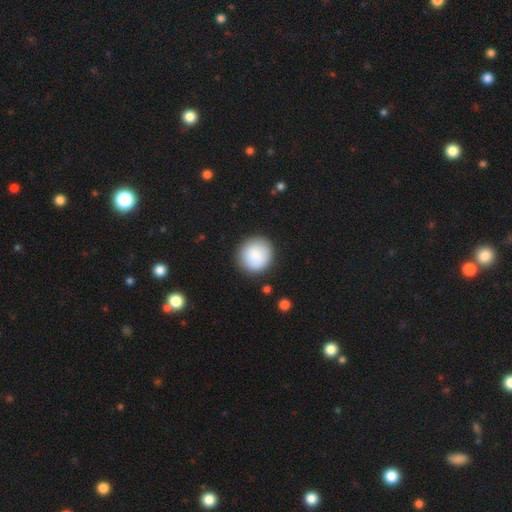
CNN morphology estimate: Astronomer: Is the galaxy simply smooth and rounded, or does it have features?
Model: smooth — 85%.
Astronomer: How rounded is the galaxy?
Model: round — 93%.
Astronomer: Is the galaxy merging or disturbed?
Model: none — 87%.